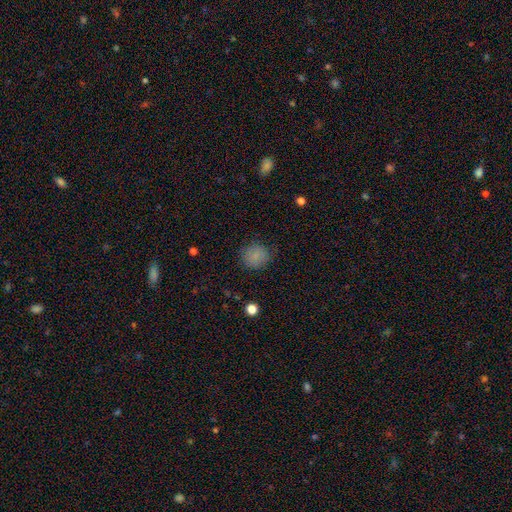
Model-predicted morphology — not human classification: Smooth or featured? Predicted: smooth (p=0.82). How rounded? Predicted: round (p=0.81). Merging? Predicted: none (p=0.80).